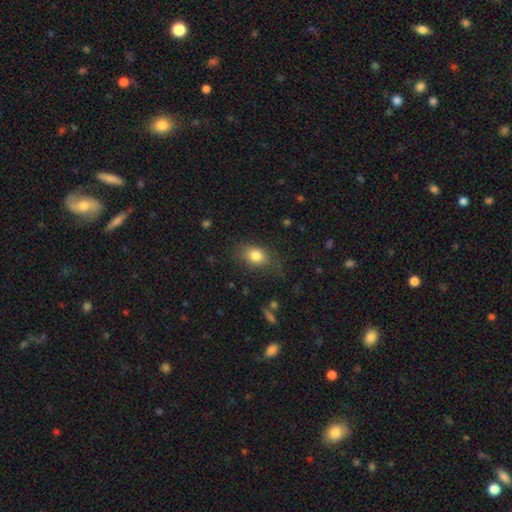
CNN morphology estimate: Smooth or featured? Predicted: smooth (p=0.82). How rounded? Predicted: in between (p=0.71). Merging? Predicted: none (p=0.72).